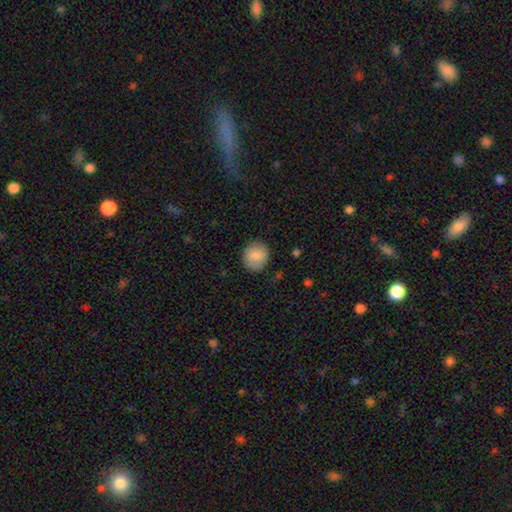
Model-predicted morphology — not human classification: The model was most divided on "how rounded": round: 86%, in between: 13%, cigar-shaped: 1%. More confident: merging — none (86%); smooth or featured — smooth (86%).